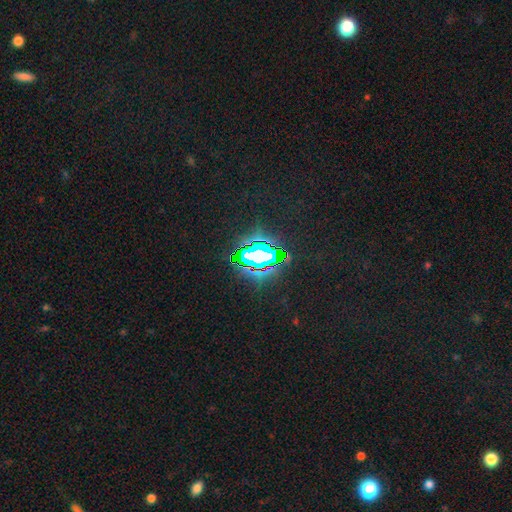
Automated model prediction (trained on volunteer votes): Smooth or featured? star or artifact (73%)